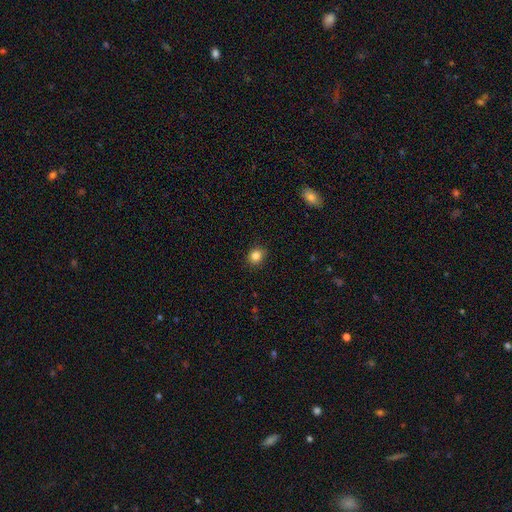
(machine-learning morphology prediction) This is clearly a smooth galaxy (85%). How rounded: likely round (73%). Merging: clearly none (90%).